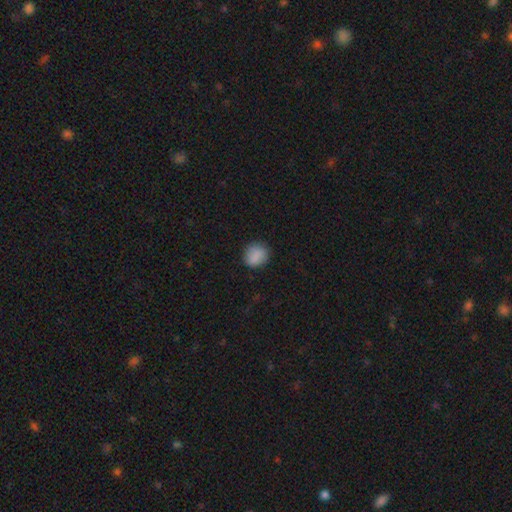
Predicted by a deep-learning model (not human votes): Smooth or featured? smooth (87%)
How rounded? round (76%)
Merging? none (84%)